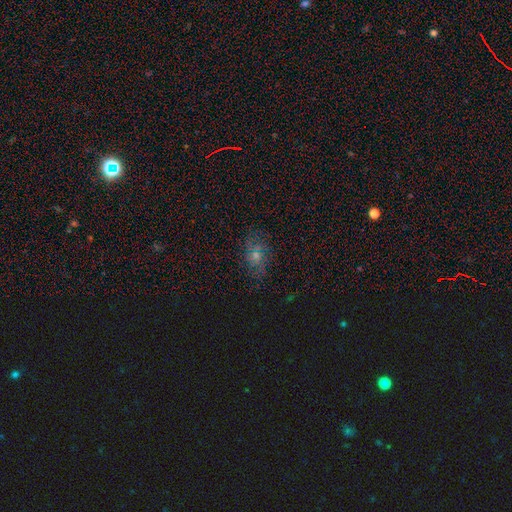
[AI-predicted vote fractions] Smooth or featured? featured or disk (46%)
Merging? none (76%)